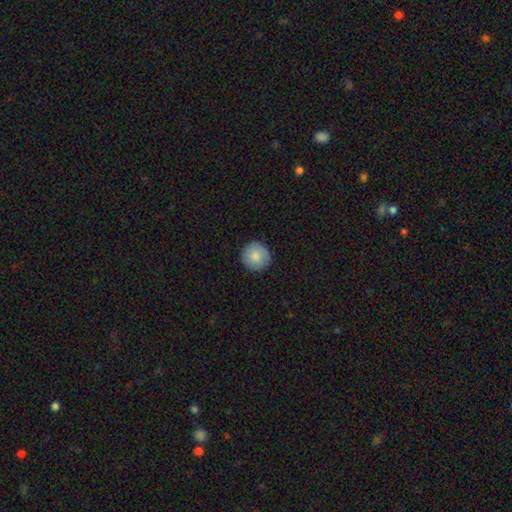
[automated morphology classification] smooth-or-featured: smooth: 83% | featured or disk: 10% | star or artifact: 7%
  how-rounded: round: 95% | in between: 4% | cigar-shaped: 1%
  merging: none: 90% | minor disturbance: 7% | major disturbance: 2% | merger: 1%